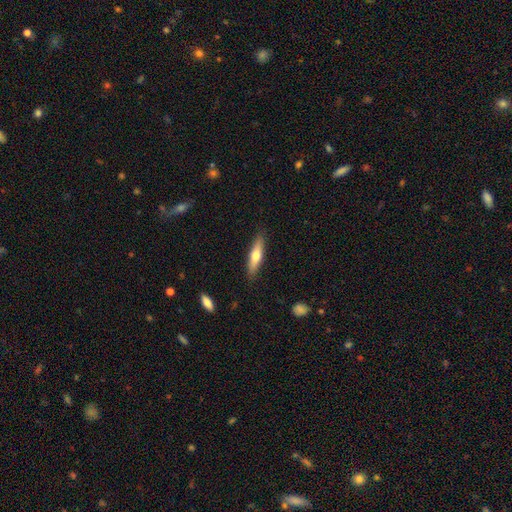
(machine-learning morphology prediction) The model was most divided on "smooth or featured": smooth: 59%, featured or disk: 35%, star or artifact: 6%. More confident: merging — none (87%); how rounded — cigar-shaped (72%).